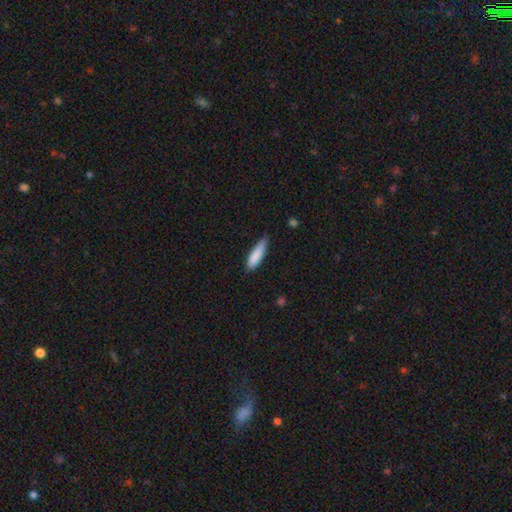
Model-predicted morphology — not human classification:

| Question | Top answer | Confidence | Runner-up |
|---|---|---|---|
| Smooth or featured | smooth | 87% | featured or disk (8%) |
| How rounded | cigar-shaped | 67% | in between (32%) |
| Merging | none | 67% | minor disturbance (28%) |